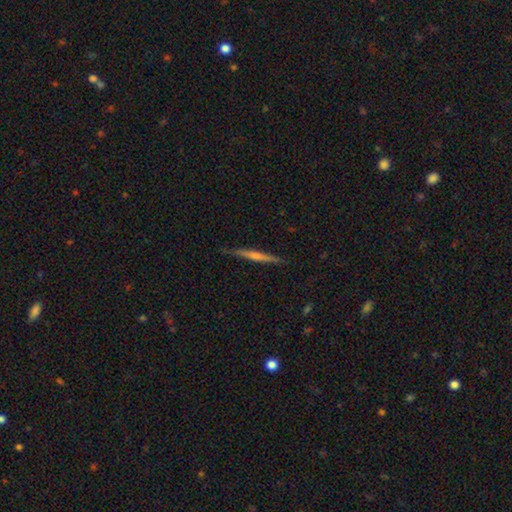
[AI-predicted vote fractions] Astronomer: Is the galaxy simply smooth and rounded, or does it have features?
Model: featured or disk — 67%.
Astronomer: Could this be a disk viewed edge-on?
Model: yes — 97%.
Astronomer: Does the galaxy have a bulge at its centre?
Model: rounded — 62%.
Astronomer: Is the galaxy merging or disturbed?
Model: none — 90%.